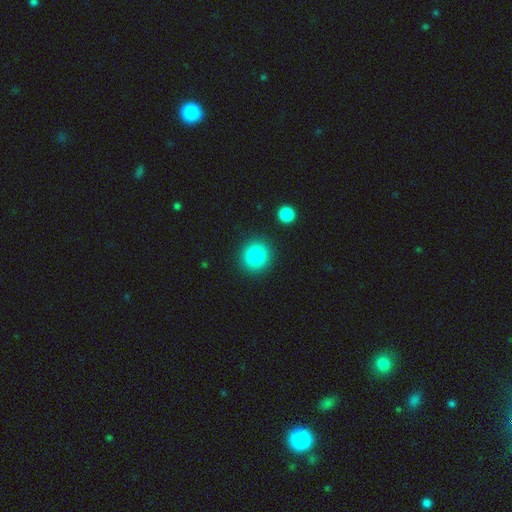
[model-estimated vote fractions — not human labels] Overall: smooth (85%). How rounded: round (90%). Merging: none (89%).